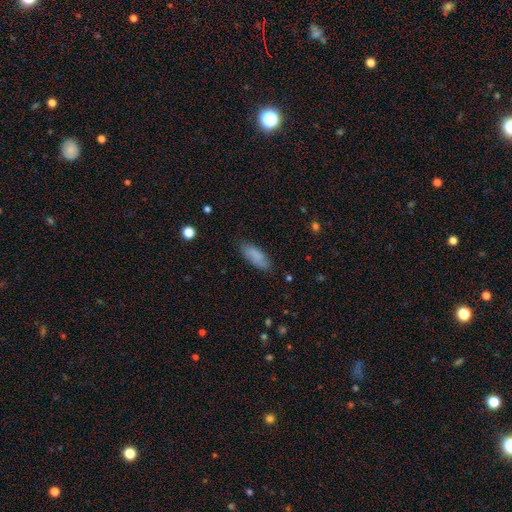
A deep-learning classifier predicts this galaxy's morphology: Smooth or featured? Predicted: smooth (p=0.84). How rounded? Predicted: in between (p=0.74). Merging? Predicted: none (p=0.81).